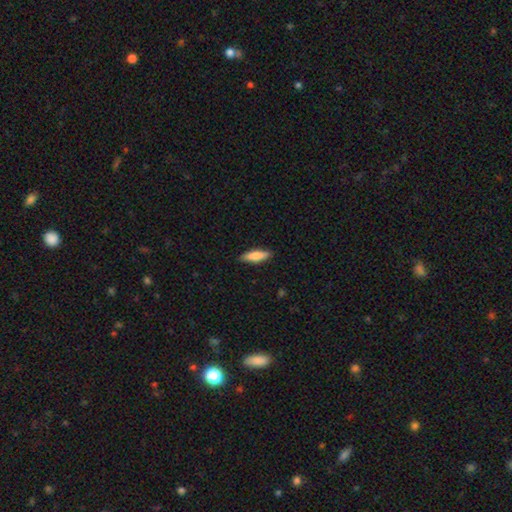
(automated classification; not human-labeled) Morphology: type=smooth (77%); roundness=cigar-shaped (55%); merging=none (88%).